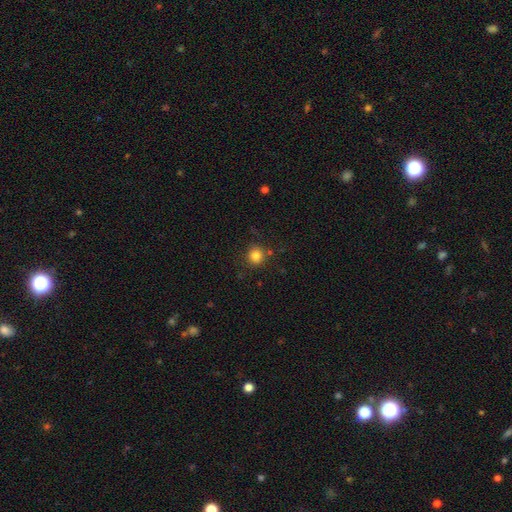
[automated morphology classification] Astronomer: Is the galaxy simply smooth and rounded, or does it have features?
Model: smooth — 82%.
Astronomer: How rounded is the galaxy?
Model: round — 91%.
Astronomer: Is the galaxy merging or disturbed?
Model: none — 83%.